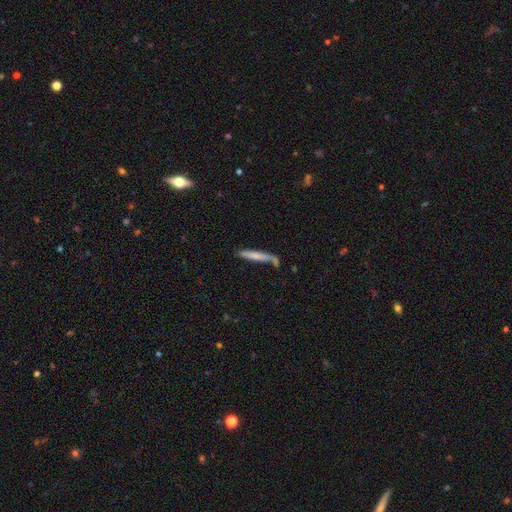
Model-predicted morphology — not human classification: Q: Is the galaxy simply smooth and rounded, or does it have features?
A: smooth — 66%.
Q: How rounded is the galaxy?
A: cigar-shaped — 93%.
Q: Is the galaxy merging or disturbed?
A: none — 62%.